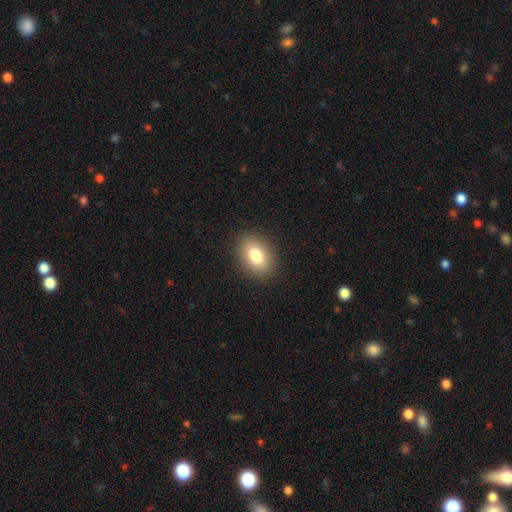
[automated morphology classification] type=smooth (81%); roundness=in between (84%); merging=none (89%).